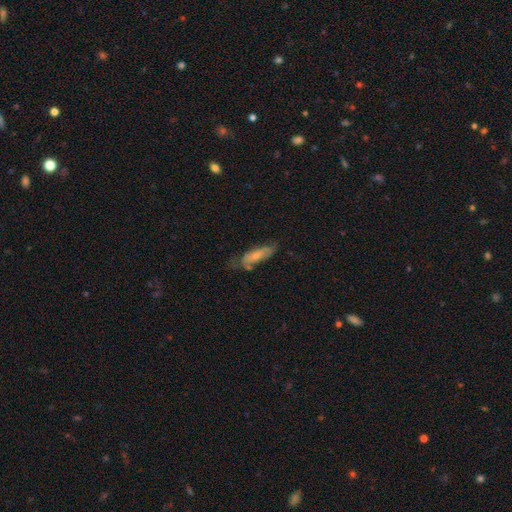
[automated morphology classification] smooth 50%, featured or disk 43%, star or artifact 7%. Down the decision tree: merging — none (50%).